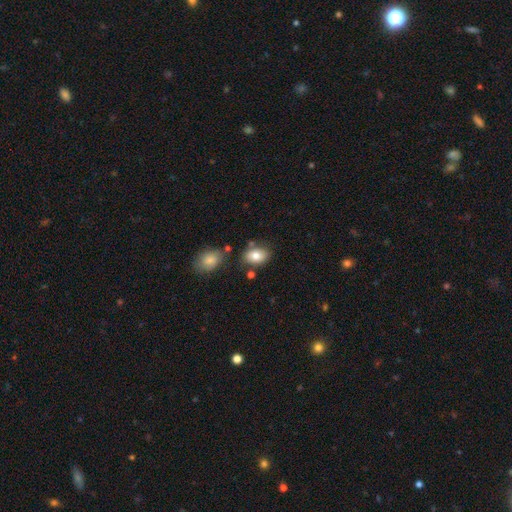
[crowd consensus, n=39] Volunteers were most divided on "merging": none: 70%, minor disturbance: 22%, merger: 8%, major disturbance: 0%. More confident: how rounded — in between (84%); smooth or featured — smooth (79%).